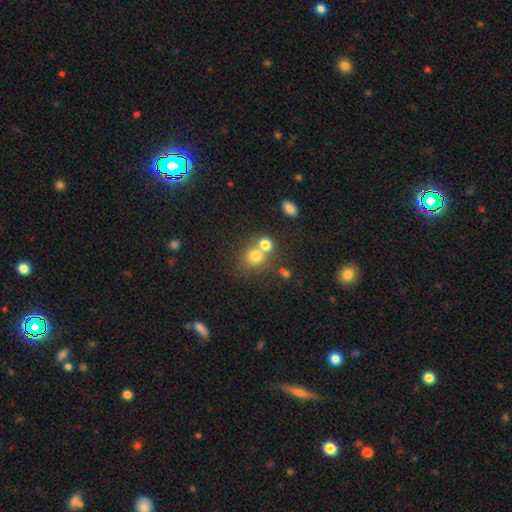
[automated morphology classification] type=smooth (74%); roundness=round (81%); merging=none (48%).